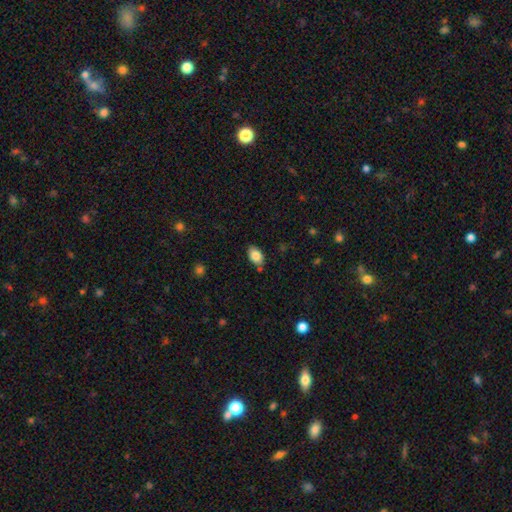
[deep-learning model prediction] Overall: smooth (82%). How rounded: in between (90%). Merging: none (80%).